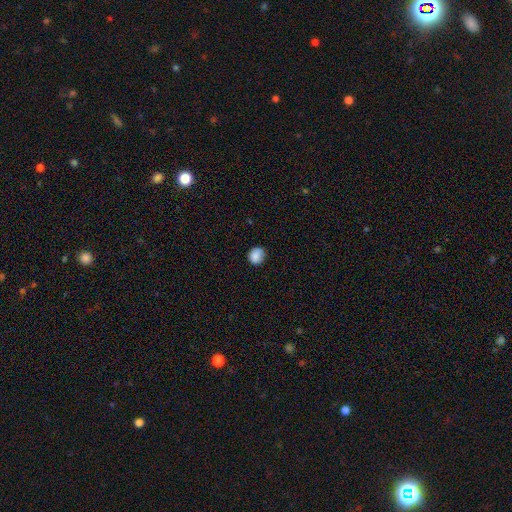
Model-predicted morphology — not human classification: Smooth or featured?
  - smooth: 85% *
  - star or artifact: 9%
  - featured or disk: 6%
How rounded?
  - round: 77% *
  - in between: 22%
  - cigar-shaped: 1%
Merging?
  - none: 78% *
  - minor disturbance: 17%
  - major disturbance: 3%
  - merger: 1%